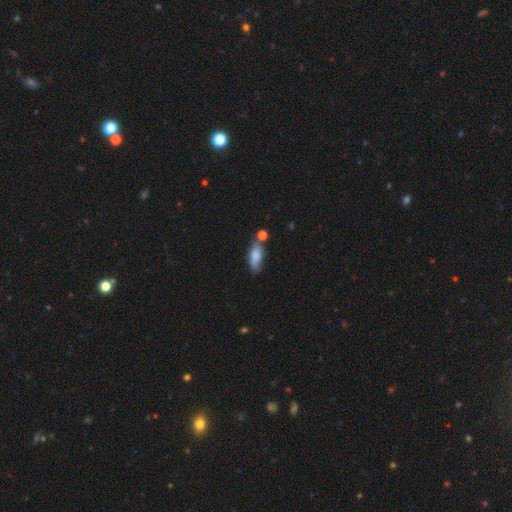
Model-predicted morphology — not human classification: Overall: smooth (82%). How rounded: in between (77%). Merging: none (58%; minor disturbance 20%).